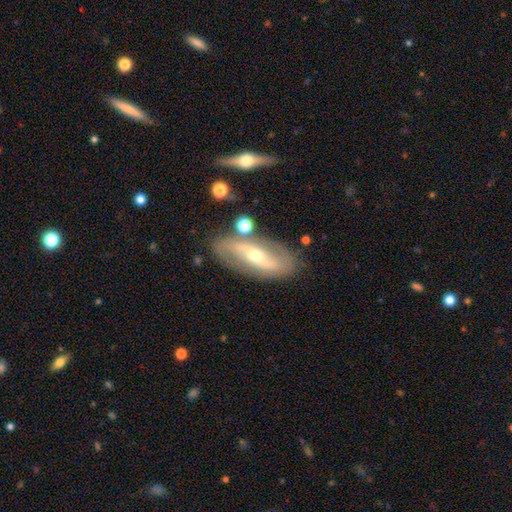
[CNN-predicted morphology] Q: Smooth or featured?
A: featured or disk (76%); runner-up: smooth (18%)
Q: Edge-on disk?
A: no (82%); runner-up: yes (18%)
Q: Bar?
A: strong (42%); runner-up: no (29%)
Q: Spiral arms?
A: yes (78%); runner-up: no (22%)
Q: Bulge size?
A: moderate (50%); runner-up: small (46%)
Q: Merging?
A: none (76%); runner-up: minor disturbance (14%)